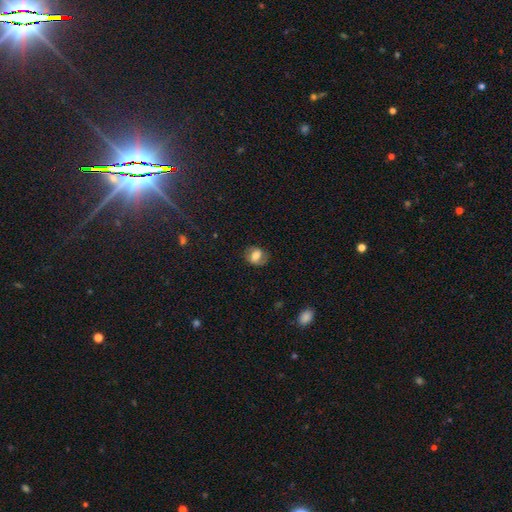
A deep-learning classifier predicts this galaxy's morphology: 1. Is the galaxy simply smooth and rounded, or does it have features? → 49% smooth, 41% featured or disk, 9% star or artifact.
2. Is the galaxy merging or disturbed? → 73% none, 18% minor disturbance, 8% major disturbance, 1% merger.